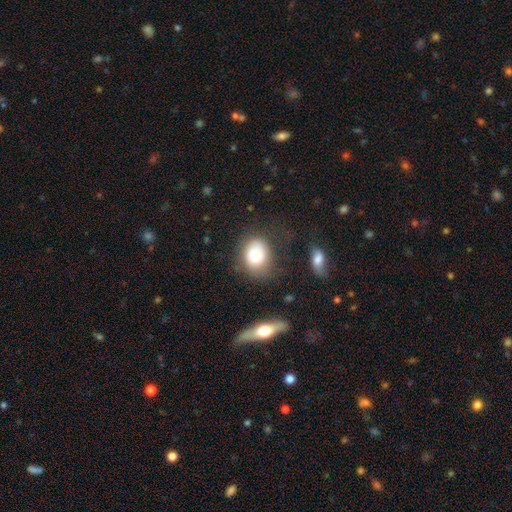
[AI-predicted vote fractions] Q: Smooth or featured?
A: smooth (76%); runner-up: featured or disk (15%)
Q: How rounded?
A: round (52%); runner-up: in between (47%)
Q: Merging?
A: none (65%); runner-up: minor disturbance (20%)